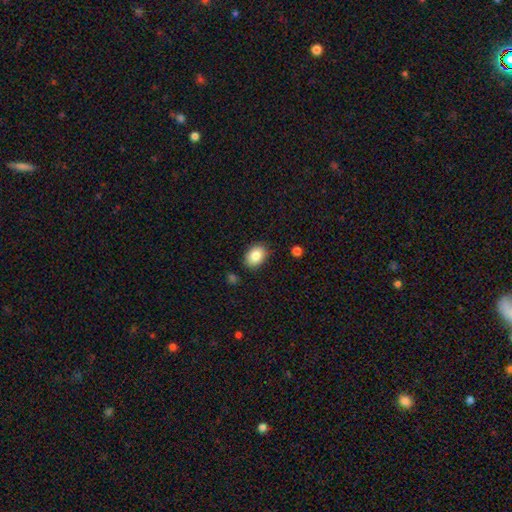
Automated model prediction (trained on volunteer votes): A smooth galaxy with no disk features (85%) that is in between round and cigar-shaped (76%).

Vote fractions:
- Smooth or featured? smooth: 85% / star or artifact: 8% / featured or disk: 7%
- How rounded? in between: 76% / round: 23% / cigar-shaped: 1%
- Merging? none: 84% / minor disturbance: 12% / major disturbance: 2% / merger: 2%